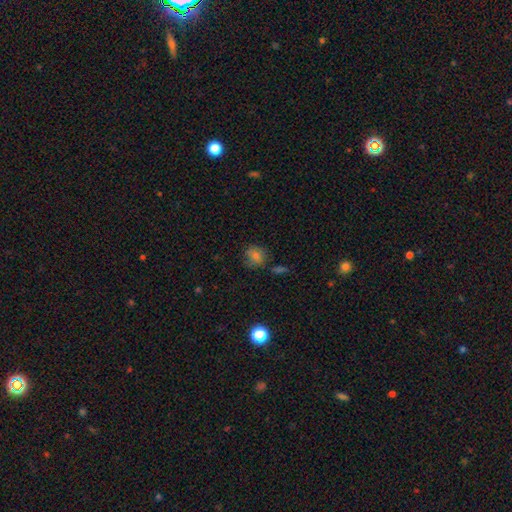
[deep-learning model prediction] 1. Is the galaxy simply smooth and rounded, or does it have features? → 73% smooth, 17% star or artifact, 11% featured or disk.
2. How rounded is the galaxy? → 85% round, 13% in between, 1% cigar-shaped.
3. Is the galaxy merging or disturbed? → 74% none, 17% minor disturbance, 5% merger, 4% major disturbance.